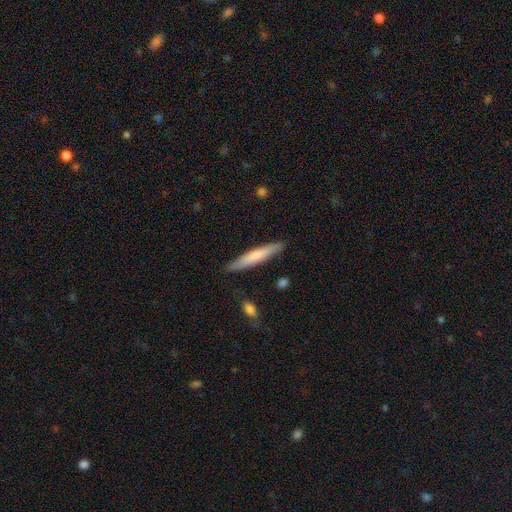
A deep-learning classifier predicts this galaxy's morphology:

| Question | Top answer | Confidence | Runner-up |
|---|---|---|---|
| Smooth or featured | smooth | 67% | featured or disk (27%) |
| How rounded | cigar-shaped | 92% | in between (7%) |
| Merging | none | 87% | minor disturbance (10%) |